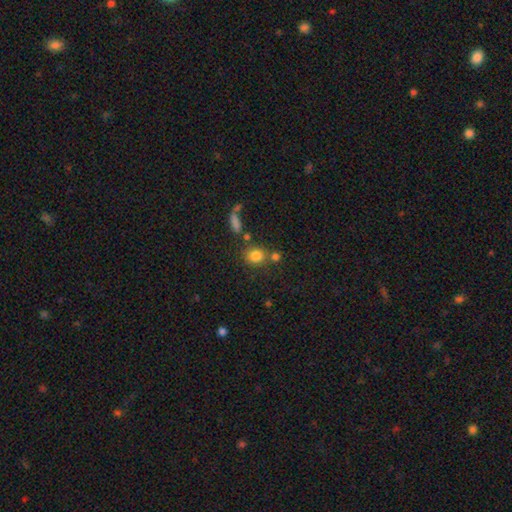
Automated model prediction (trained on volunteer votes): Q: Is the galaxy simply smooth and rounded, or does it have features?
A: smooth — 80%.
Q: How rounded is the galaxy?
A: round — 74%.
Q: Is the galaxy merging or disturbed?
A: none — 66%.